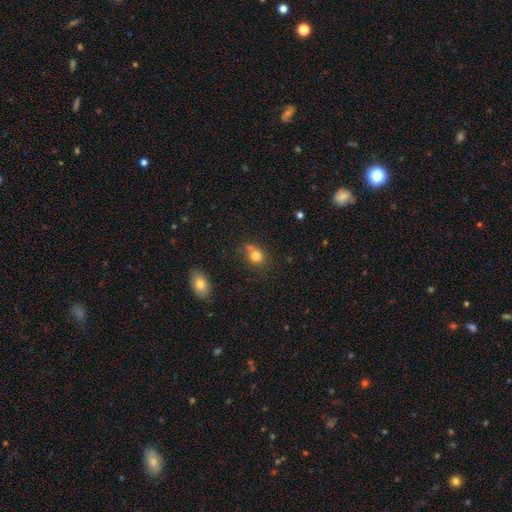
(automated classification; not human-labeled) Q: Smooth or featured?
A: smooth (79%); runner-up: star or artifact (12%)
Q: How rounded?
A: round (69%); runner-up: in between (30%)
Q: Merging?
A: none (51%); runner-up: merger (26%)